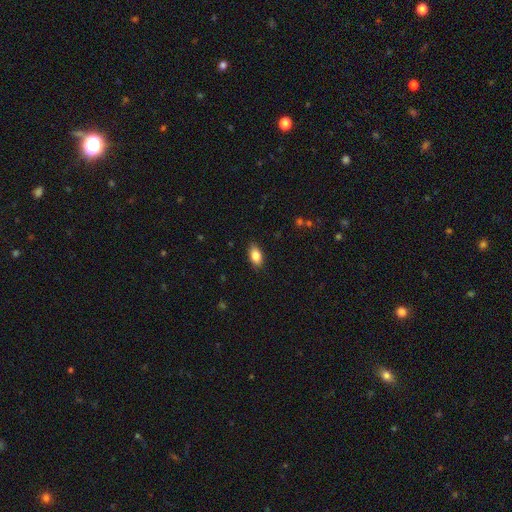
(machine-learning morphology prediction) Smooth or featured?
  - smooth: 84% *
  - featured or disk: 9%
  - star or artifact: 7%
How rounded?
  - in between: 90% *
  - cigar-shaped: 5%
  - round: 5%
Merging?
  - none: 88% *
  - minor disturbance: 9%
  - major disturbance: 2%
  - merger: 1%